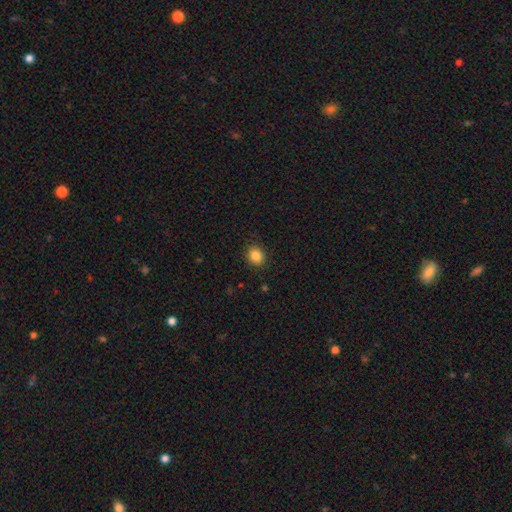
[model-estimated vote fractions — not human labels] smooth-or-featured: smooth: 85% | star or artifact: 10% | featured or disk: 5%
  how-rounded: round: 71% | in between: 29% | cigar-shaped: 1%
  merging: none: 89% | minor disturbance: 8% | major disturbance: 2% | merger: 1%